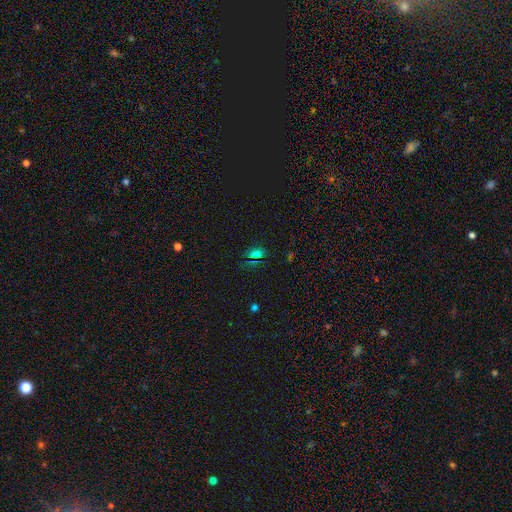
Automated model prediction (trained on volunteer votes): smooth_or_featured: smooth (p=0.51) [alt: star or artifact p=0.41]
how_rounded: in between (p=0.62) [alt: round p=0.32]
merging: none (p=0.79) [alt: minor disturbance p=0.13]